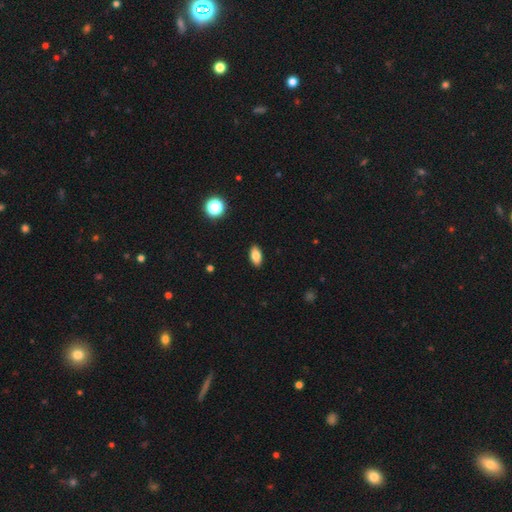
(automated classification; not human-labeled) Q: Smooth or featured?
A: smooth (82%); runner-up: featured or disk (9%)
Q: How rounded?
A: in between (89%); runner-up: cigar-shaped (6%)
Q: Merging?
A: none (90%); runner-up: minor disturbance (7%)